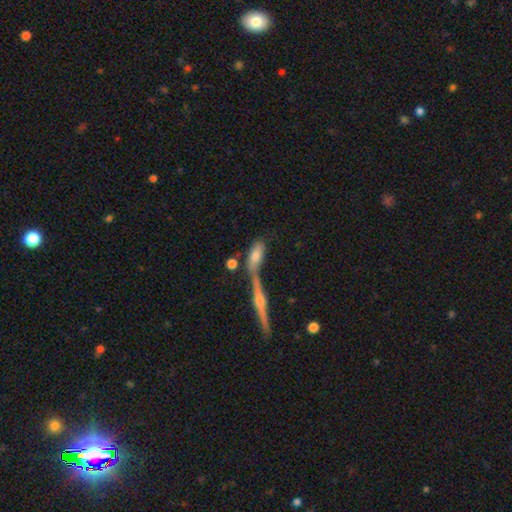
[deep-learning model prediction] Smooth or featured? Predicted: smooth (p=0.56). How rounded? Predicted: in between (p=0.68). Merging? Predicted: none (p=0.44).